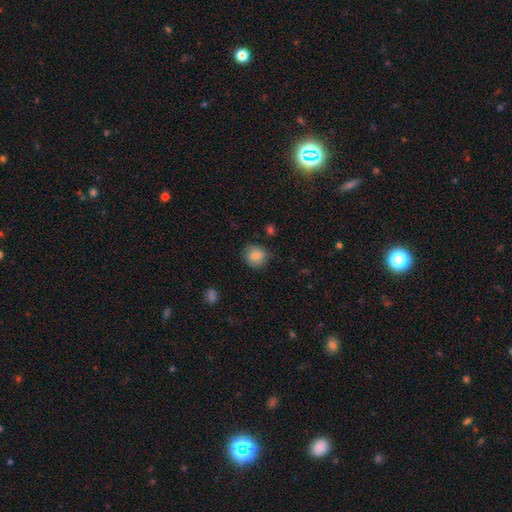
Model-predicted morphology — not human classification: type=smooth (83%); roundness=round (81%); merging=none (77%).